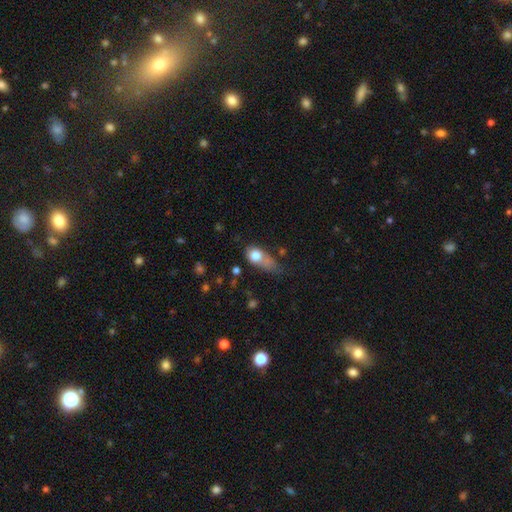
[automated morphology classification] type=smooth (75%); roundness=in between (63%); merging=major disturbance (33%).